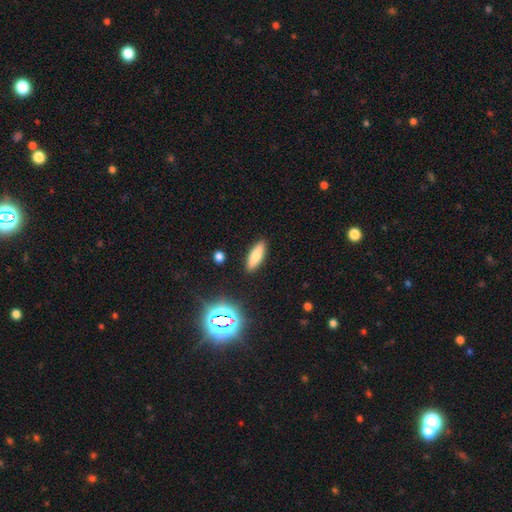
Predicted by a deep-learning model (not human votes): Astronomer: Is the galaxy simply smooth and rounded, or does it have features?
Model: smooth — 75%.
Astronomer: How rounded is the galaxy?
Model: in between — 57% (runner-up: cigar-shaped, 40%).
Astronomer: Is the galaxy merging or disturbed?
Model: none — 88%.